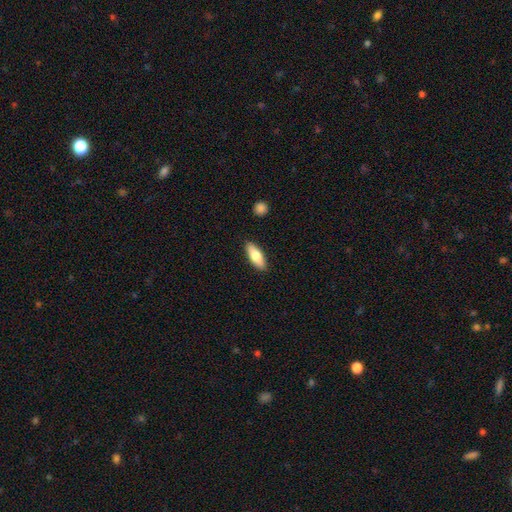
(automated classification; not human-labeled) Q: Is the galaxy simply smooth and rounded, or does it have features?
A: smooth — 75%.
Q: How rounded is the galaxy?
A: in between — 71%.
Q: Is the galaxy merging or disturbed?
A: none — 88%.